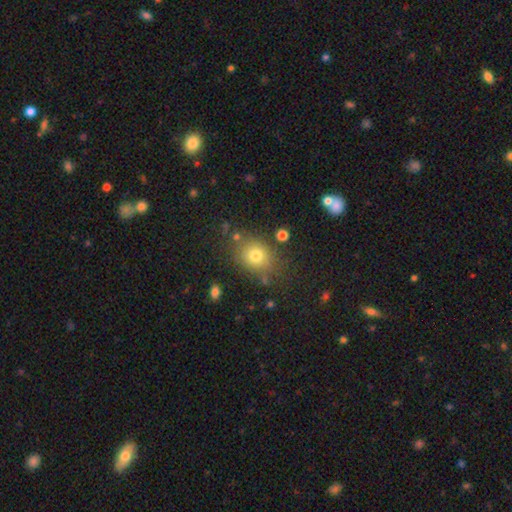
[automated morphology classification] This appears to be a smooth galaxy with no disk features (75%) that is round (60%). Merging: none (77%).